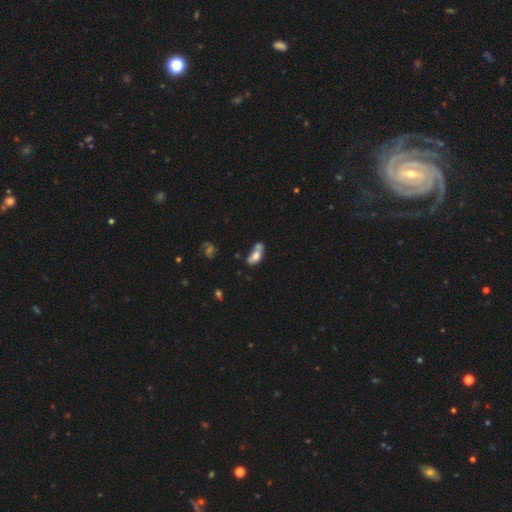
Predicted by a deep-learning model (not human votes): Smooth or featured: smooth — 60% (featured or disk — 31%)
How rounded: in between — 82% (cigar-shaped — 9%)
Merging: merger — 42% (none — 27%)